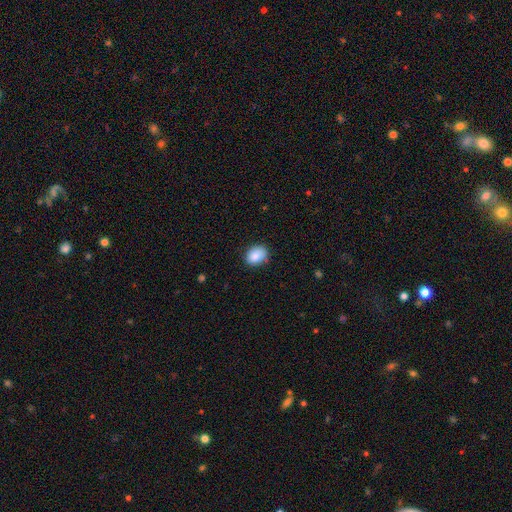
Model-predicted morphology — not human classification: Smooth or featured? smooth (86%)
How rounded? in between (60%)
Merging? none (81%)